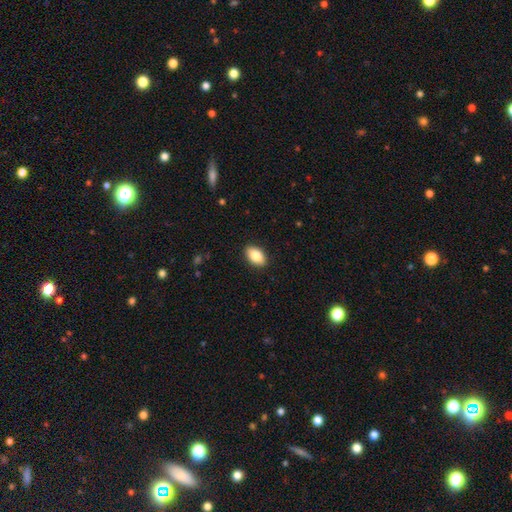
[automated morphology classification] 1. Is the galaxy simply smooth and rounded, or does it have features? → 84% smooth, 9% featured or disk, 7% star or artifact.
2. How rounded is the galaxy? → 90% in between, 9% round, 2% cigar-shaped.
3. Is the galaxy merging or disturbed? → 90% none, 8% minor disturbance, 2% major disturbance, 1% merger.